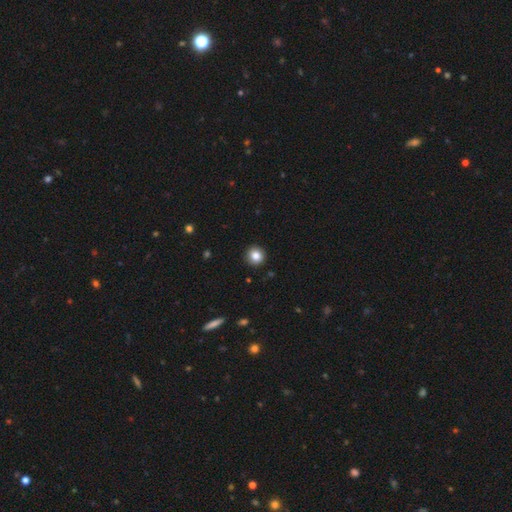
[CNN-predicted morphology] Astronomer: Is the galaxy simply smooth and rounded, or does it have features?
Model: smooth — 85%.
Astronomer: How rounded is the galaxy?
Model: round — 93%.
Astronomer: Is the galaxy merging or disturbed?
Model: none — 93%.